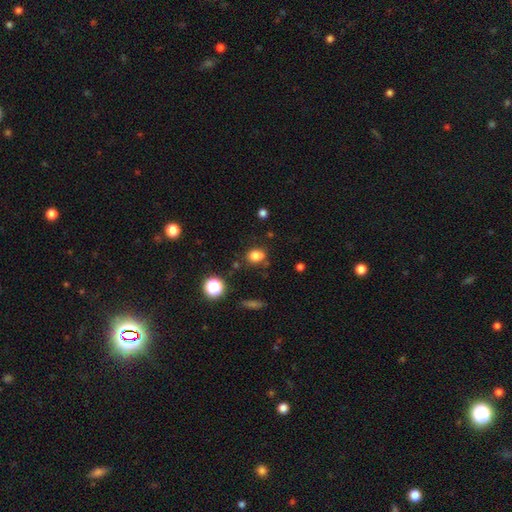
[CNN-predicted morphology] Q: Smooth or featured?
A: smooth (79%); runner-up: star or artifact (14%)
Q: How rounded?
A: in between (51%); runner-up: round (48%)
Q: Merging?
A: none (68%); runner-up: minor disturbance (19%)